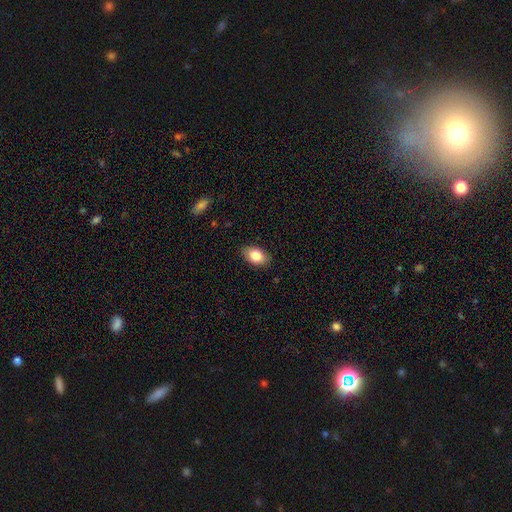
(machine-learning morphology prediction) A smooth galaxy with no disk features (81%) that is in between round and cigar-shaped (88%). Merging: none (87%).